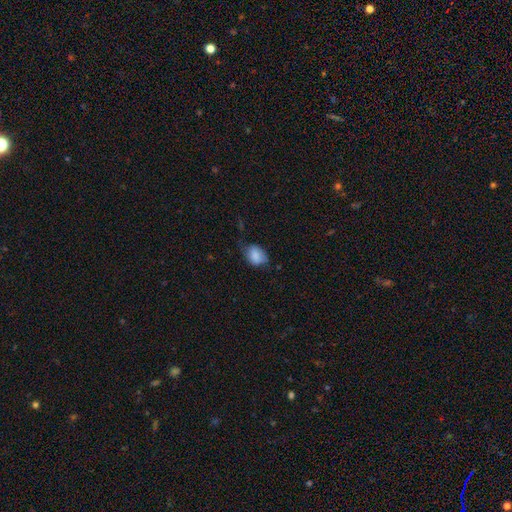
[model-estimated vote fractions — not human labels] This is clearly a smooth galaxy (81%). How rounded: likely in between (68%). Merging: possibly none (46%).